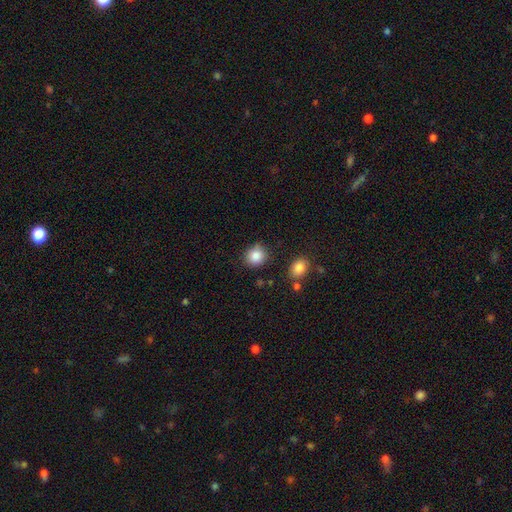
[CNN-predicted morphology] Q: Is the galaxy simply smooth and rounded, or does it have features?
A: smooth — 86%.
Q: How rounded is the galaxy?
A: round — 78%.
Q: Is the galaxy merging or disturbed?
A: none — 80%.